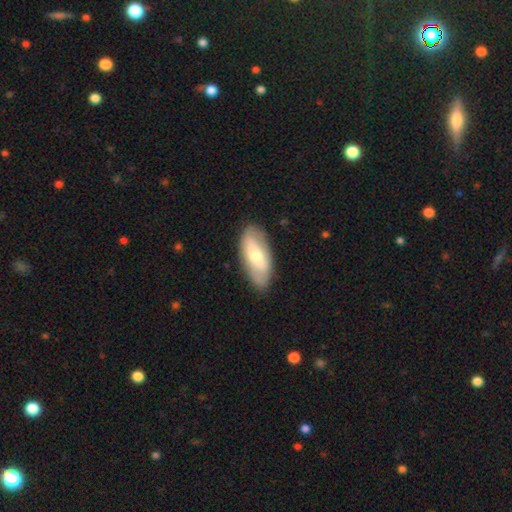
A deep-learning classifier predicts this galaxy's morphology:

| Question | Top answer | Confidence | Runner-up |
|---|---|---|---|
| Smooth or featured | smooth | 52% | featured or disk (42%) |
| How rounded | in between | 85% | cigar-shaped (12%) |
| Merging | none | 81% | minor disturbance (14%) |